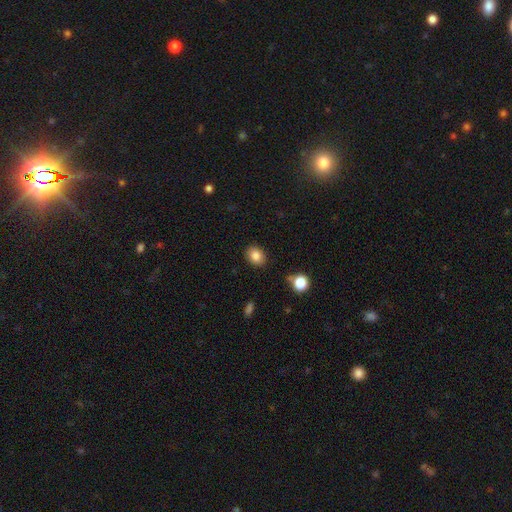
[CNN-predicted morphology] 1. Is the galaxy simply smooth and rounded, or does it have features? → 84% smooth, 10% star or artifact, 6% featured or disk.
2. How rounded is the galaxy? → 53% in between, 46% round, 1% cigar-shaped.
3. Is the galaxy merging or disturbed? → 86% none, 10% minor disturbance, 3% major disturbance, 2% merger.